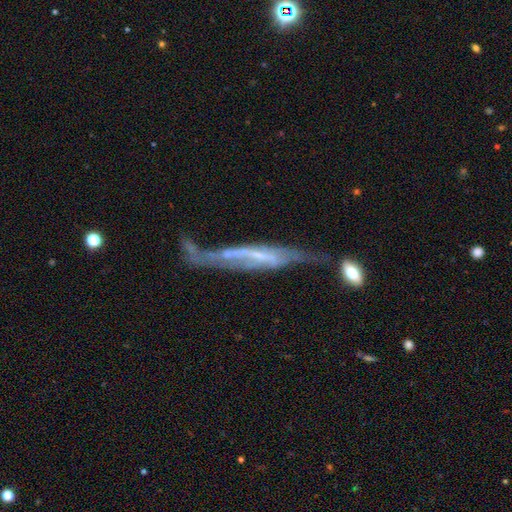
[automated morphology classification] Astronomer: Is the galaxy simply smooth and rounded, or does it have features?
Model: featured or disk — 76%.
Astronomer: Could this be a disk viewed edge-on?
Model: yes — 60% (runner-up: no, 40%).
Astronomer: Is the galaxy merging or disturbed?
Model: none — 33% (runner-up: major disturbance, 24%).